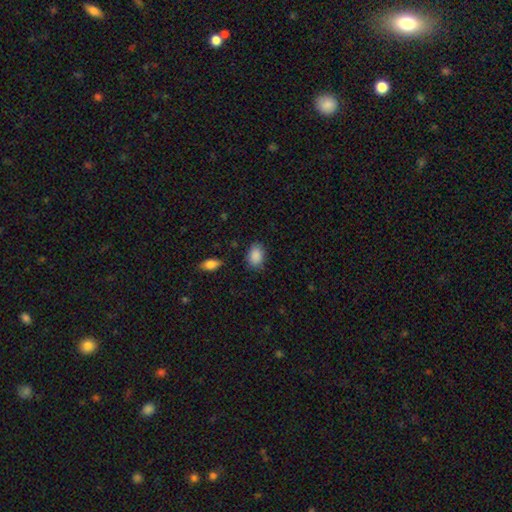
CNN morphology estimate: smooth 89%, star or artifact 7%, featured or disk 4%. Down the decision tree: how rounded — in between (82%); merging — none (81%).